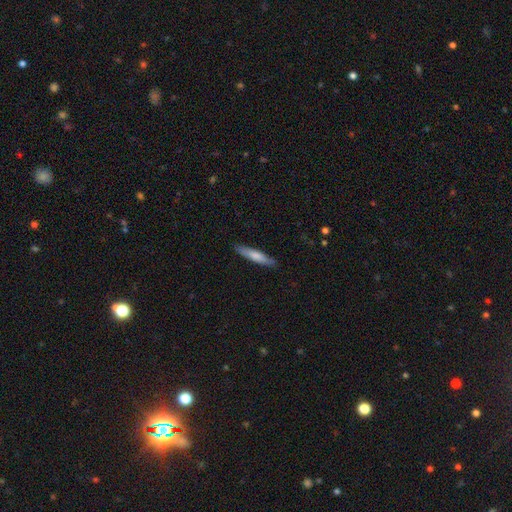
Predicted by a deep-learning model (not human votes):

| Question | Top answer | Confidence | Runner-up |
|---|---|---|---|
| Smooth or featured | smooth | 72% | featured or disk (23%) |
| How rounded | cigar-shaped | 88% | in between (11%) |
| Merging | none | 86% | minor disturbance (11%) |